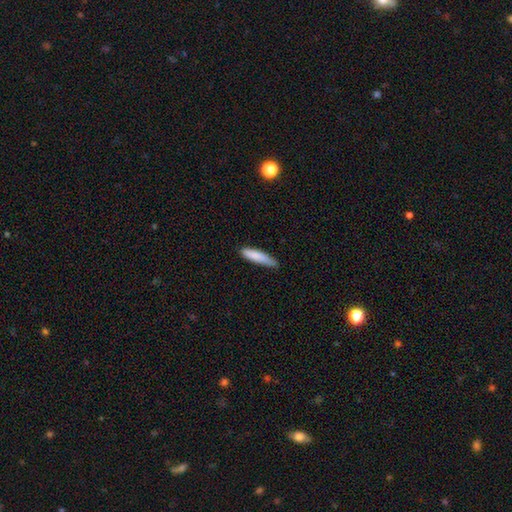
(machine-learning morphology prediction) Smooth or featured: smooth — 84% (featured or disk — 10%)
How rounded: cigar-shaped — 82% (in between — 17%)
Merging: none — 70% (minor disturbance — 25%)